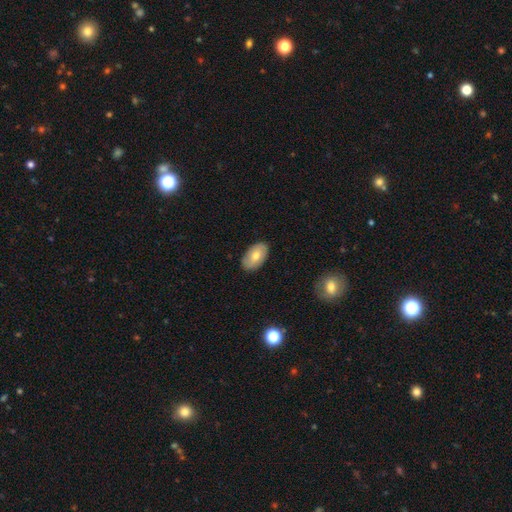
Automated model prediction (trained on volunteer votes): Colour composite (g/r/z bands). It shows a smooth galaxy with no disk features (67%) that is in between round and cigar-shaped (94%). Merging: none (86%).